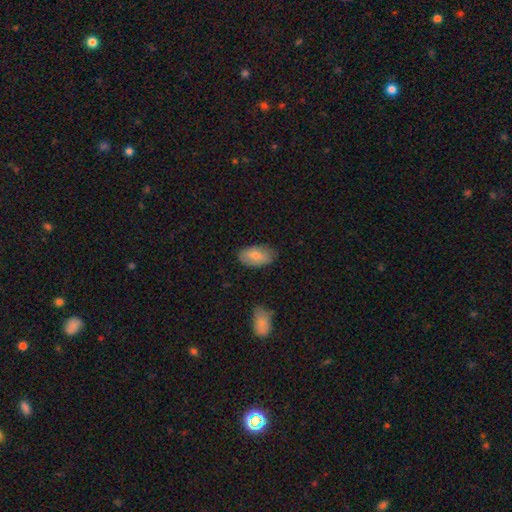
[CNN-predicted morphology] Smooth or featured? Predicted: smooth (p=0.78). How rounded? Predicted: in between (p=0.94). Merging? Predicted: none (p=0.80).